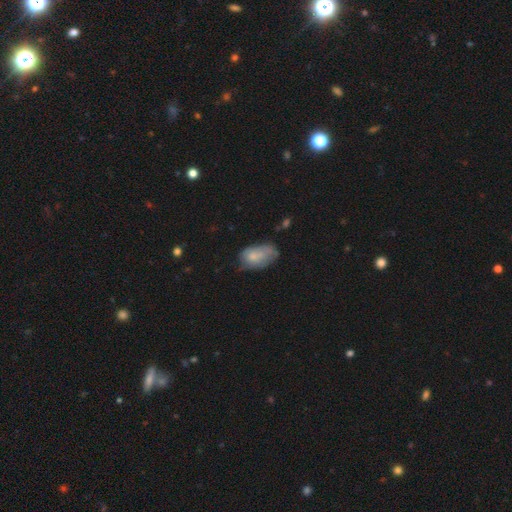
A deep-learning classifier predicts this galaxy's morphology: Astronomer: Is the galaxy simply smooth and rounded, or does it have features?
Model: smooth — 69%.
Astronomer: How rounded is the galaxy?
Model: in between — 92%.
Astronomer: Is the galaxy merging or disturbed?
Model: none — 41% (runner-up: minor disturbance, 37%).